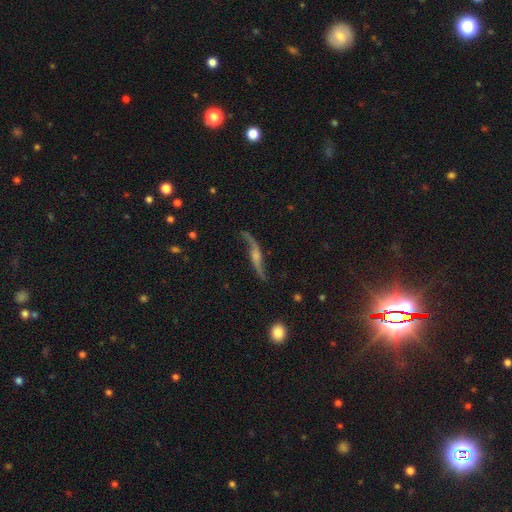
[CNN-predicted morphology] Smooth or featured: featured or disk — 85% (smooth — 8%)
Edge-on disk: no — 67% (yes — 33%)
Bar: no — 55% (weak — 30%)
Spiral arms: yes — 95% (no — 5%)
Spiral winding: loose — 93% (medium — 5%)
Spiral arm count: 2 — 93% (1 — 3%)
Bulge size: small — 46% (moderate — 31%)
Merging: none — 71% (minor disturbance — 17%)